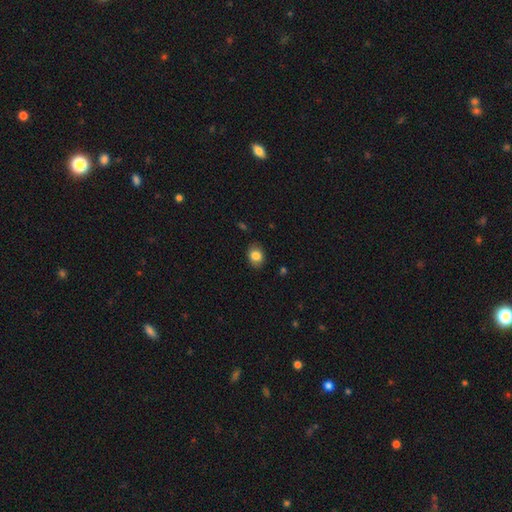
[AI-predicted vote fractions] Overall: smooth (84%). How rounded: in between (59%; round 40%). Merging: none (84%).